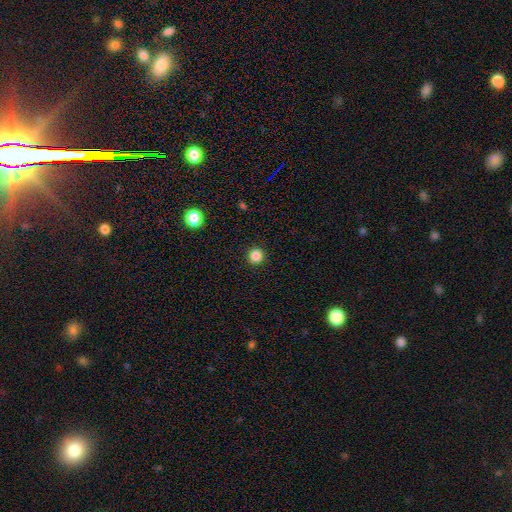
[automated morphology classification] Smooth or featured: smooth — 85% (star or artifact — 11%)
How rounded: round — 93% (in between — 6%)
Merging: none — 93% (minor disturbance — 5%)